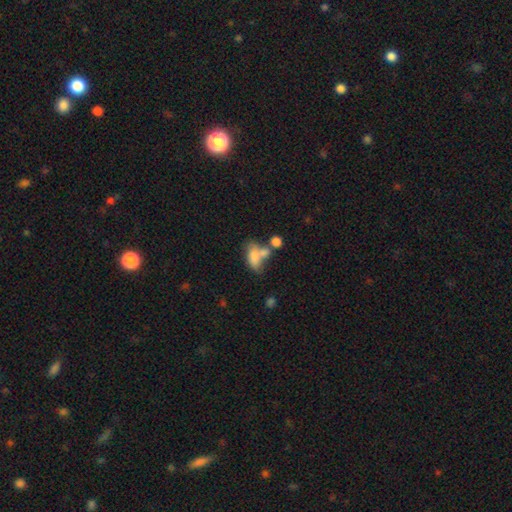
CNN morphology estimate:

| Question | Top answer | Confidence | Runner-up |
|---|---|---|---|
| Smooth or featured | smooth | 71% | featured or disk (19%) |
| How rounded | in between | 87% | round (9%) |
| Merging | merger | 46% | none (26%) |